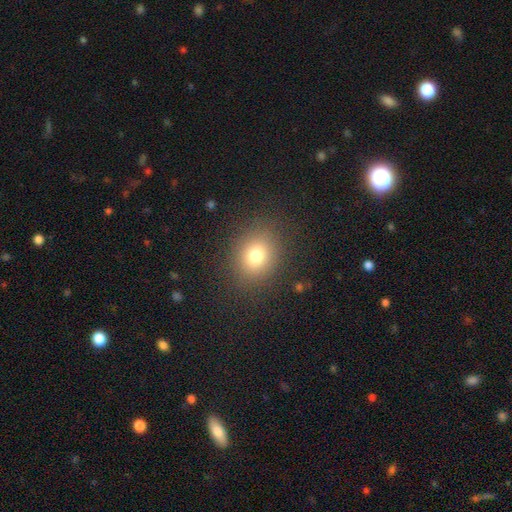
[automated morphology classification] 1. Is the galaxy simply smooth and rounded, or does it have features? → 76% smooth, 15% star or artifact, 10% featured or disk.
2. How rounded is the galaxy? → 61% round, 38% in between, 1% cigar-shaped.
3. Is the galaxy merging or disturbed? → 86% none, 8% minor disturbance, 4% major disturbance, 1% merger.